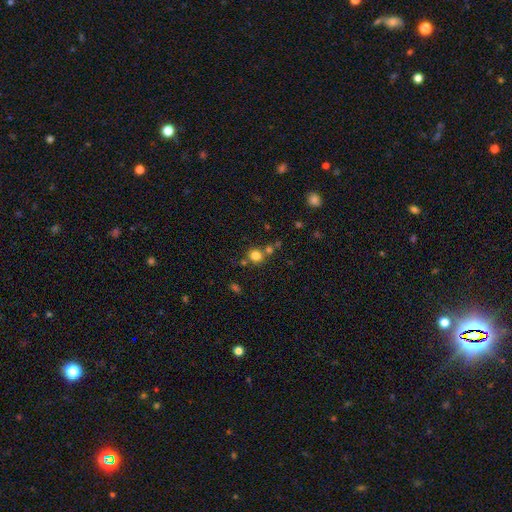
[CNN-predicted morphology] This appears to be a smooth galaxy with no disk features (80%) that is round (86%). Merging: none (67%).